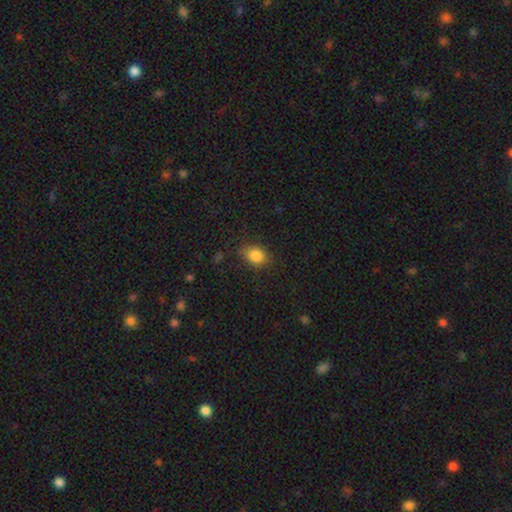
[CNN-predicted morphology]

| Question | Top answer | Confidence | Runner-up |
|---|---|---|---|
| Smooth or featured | smooth | 85% | star or artifact (10%) |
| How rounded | in between | 65% | round (34%) |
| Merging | none | 82% | minor disturbance (13%) |